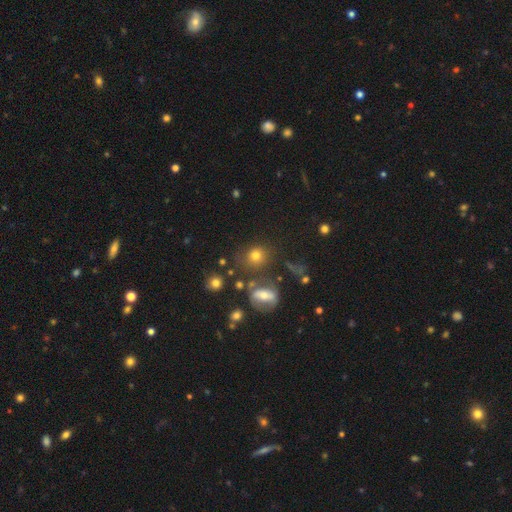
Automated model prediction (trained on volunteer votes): Smooth or featured? smooth (73%)
How rounded? round (79%)
Merging? none (65%)